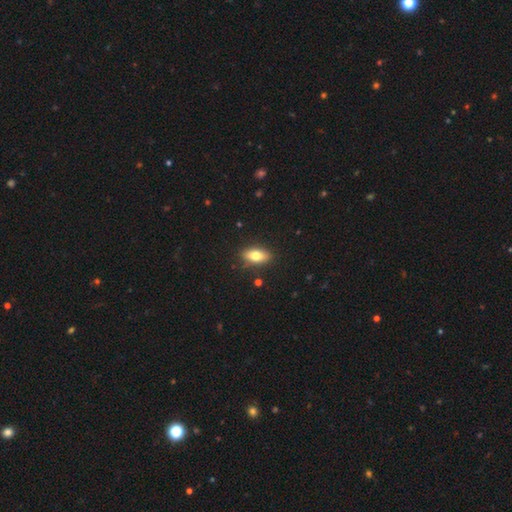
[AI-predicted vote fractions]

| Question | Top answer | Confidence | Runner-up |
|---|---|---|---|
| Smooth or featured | smooth | 76% | featured or disk (17%) |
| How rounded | in between | 86% | cigar-shaped (9%) |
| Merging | none | 85% | minor disturbance (11%) |